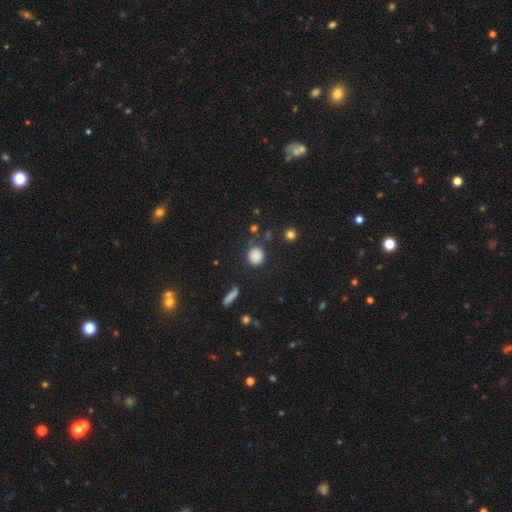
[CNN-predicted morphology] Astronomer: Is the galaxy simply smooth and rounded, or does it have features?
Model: smooth — 85%.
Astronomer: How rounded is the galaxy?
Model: round — 81%.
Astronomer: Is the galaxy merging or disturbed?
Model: none — 79%.